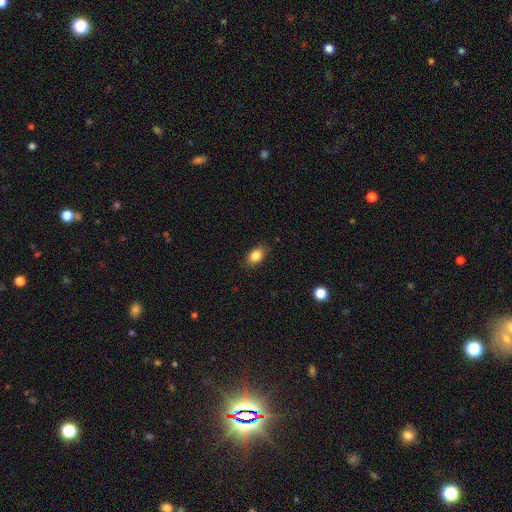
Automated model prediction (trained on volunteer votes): Smooth or featured? smooth (85%)
How rounded? in between (87%)
Merging? none (87%)